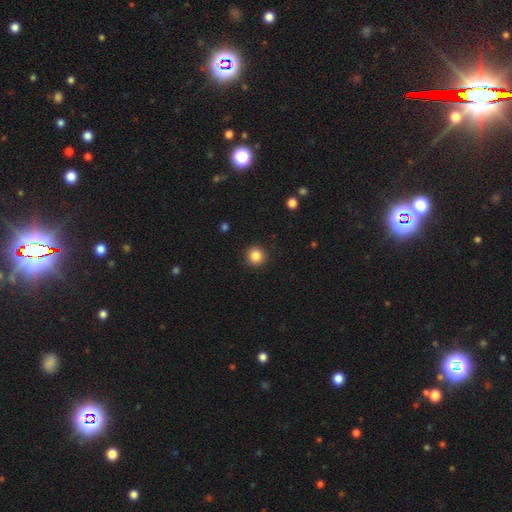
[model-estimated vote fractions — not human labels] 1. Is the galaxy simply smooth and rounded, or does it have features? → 85% smooth, 11% star or artifact, 4% featured or disk.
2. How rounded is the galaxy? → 95% round, 4% in between, 1% cigar-shaped.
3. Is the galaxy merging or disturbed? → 92% none, 5% minor disturbance, 2% major disturbance, 1% merger.